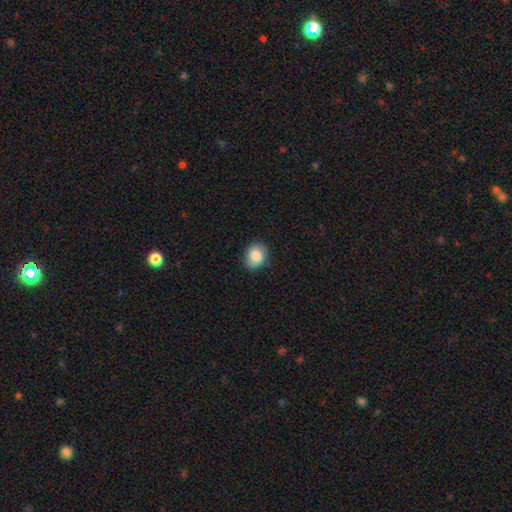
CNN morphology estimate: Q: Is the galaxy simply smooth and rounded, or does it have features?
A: smooth — 84%.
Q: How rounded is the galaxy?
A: round — 52%.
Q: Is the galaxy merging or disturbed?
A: none — 78%.